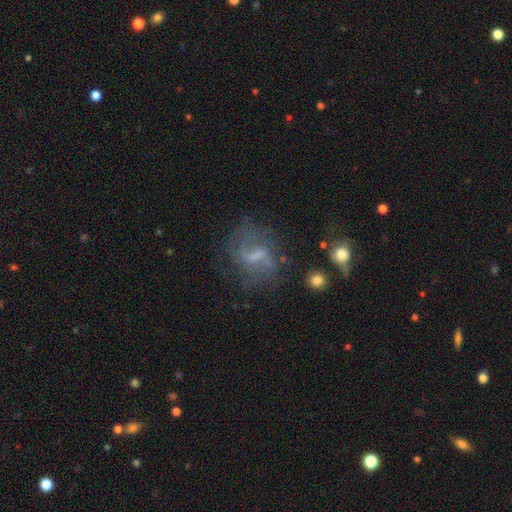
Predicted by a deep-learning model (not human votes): Overall: featured or disk (72%). Edge-on disk: no (96%). Bar: weak (54%; strong 28%). Spiral arms: yes (85%). Spiral arm count: 2 (72%). Spiral winding: loose (47%; medium 38%). Bulge size: small (39%; none 33%). Merging: none (65%).